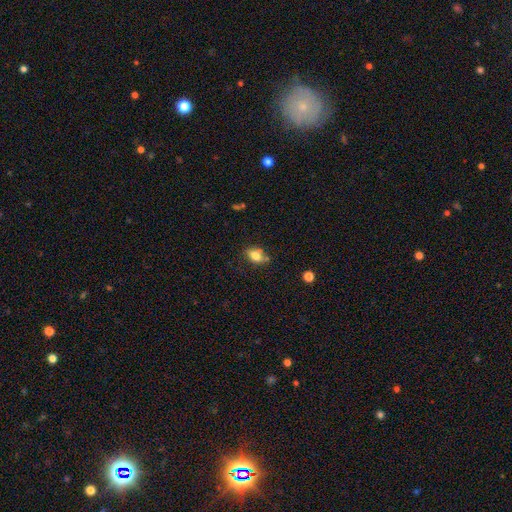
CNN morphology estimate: The model was most divided on "merging": none: 63%, minor disturbance: 22%, merger: 9%, major disturbance: 6%. More confident: smooth or featured — smooth (78%); how rounded — in between (74%).